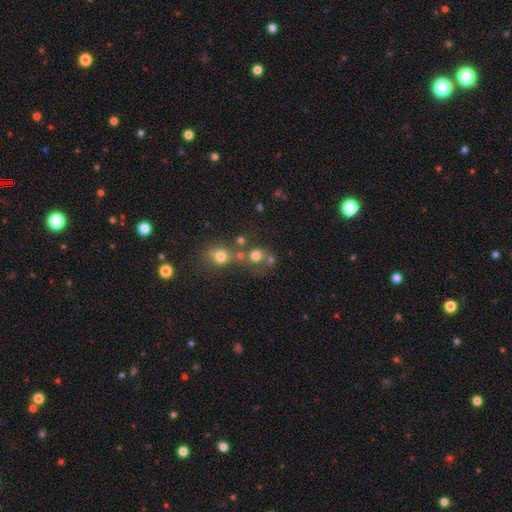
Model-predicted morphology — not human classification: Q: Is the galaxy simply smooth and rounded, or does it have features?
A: smooth — 71%.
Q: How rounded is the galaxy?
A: round — 85%.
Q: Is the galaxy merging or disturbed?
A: none — 51%.